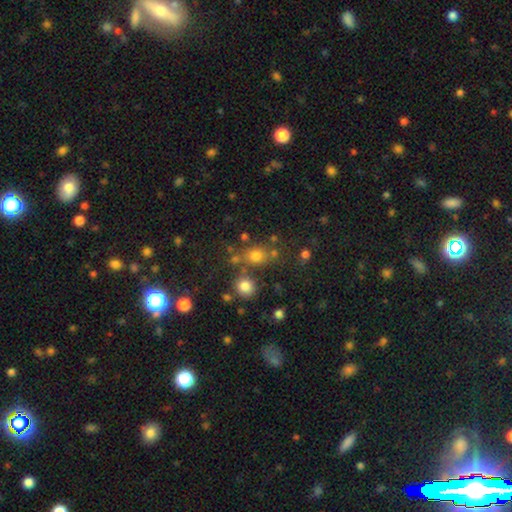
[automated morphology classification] A smooth galaxy with no disk features (73%) that is round (69%).

Vote fractions:
- Smooth or featured? smooth: 73% / star or artifact: 18% / featured or disk: 9%
- How rounded? round: 69% / in between: 30% / cigar-shaped: 2%
- Merging? none: 67% / merger: 16% / minor disturbance: 12% / major disturbance: 6%